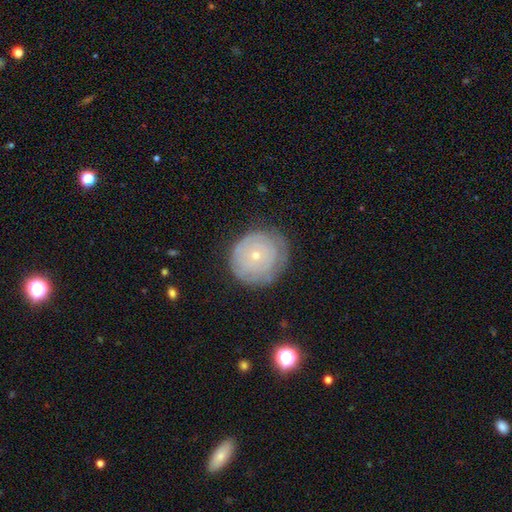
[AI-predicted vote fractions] featured or disk 51%, smooth 41%, star or artifact 8%. Down the decision tree: edge-on disk — no (97%); merging — none (71%).